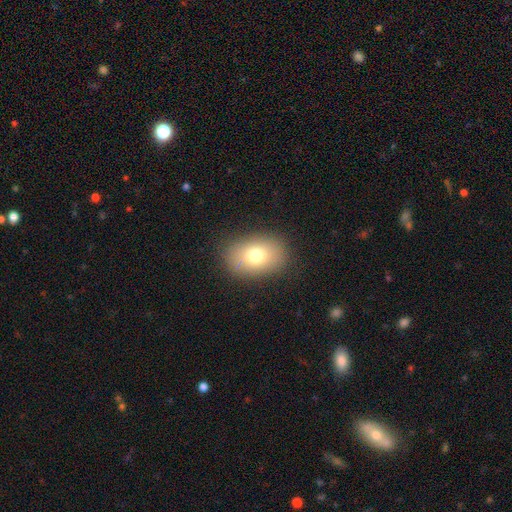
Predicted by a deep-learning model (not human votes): Smooth or featured: smooth — 75% (featured or disk — 14%)
How rounded: in between — 78% (round — 21%)
Merging: none — 86% (minor disturbance — 10%)